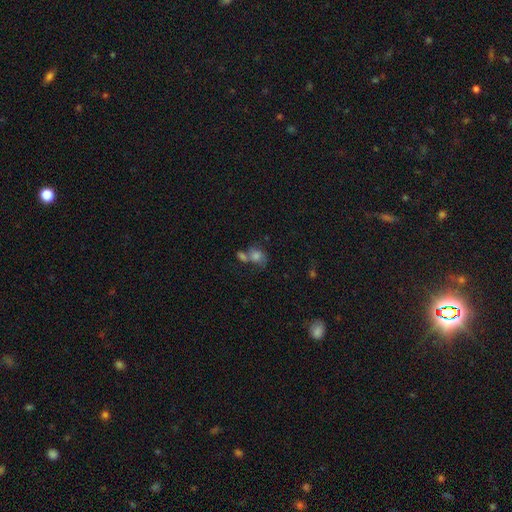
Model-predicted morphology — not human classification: Smooth or featured: smooth — 66% (featured or disk — 21%)
How rounded: round — 53% (in between — 46%)
Merging: merger — 45% (none — 29%)